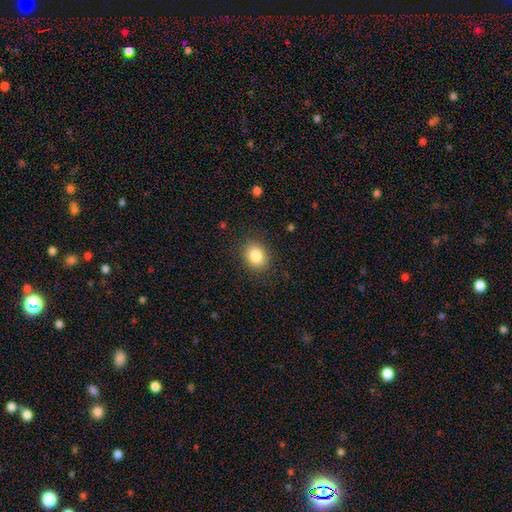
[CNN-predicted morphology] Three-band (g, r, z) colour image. It shows a smooth galaxy with no disk features (84%) that is round (56%). Merging: none (88%).